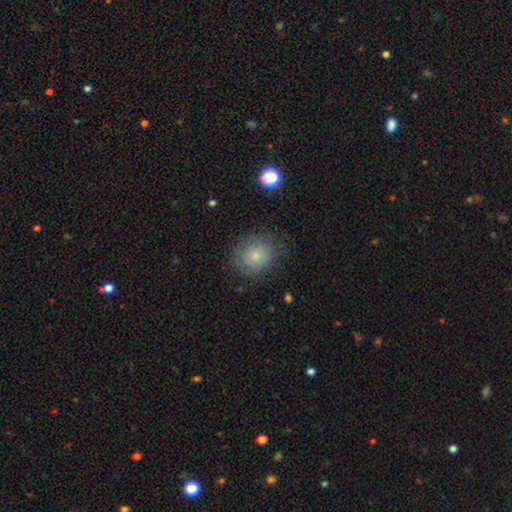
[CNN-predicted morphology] type=smooth (79%); roundness=round (65%); merging=none (77%).